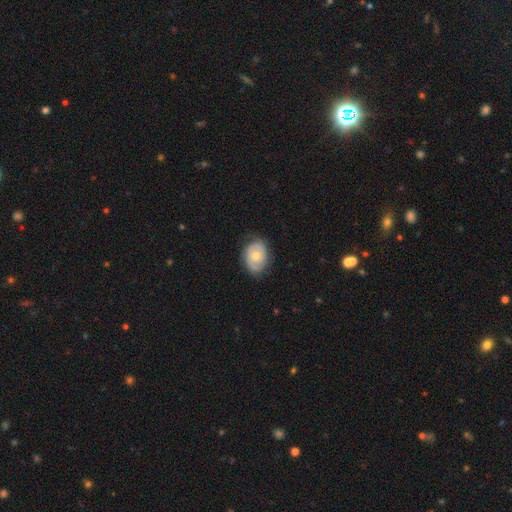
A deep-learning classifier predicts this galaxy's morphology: Q: Smooth or featured?
A: featured or disk (51%); runner-up: smooth (42%)
Q: Edge-on disk?
A: no (96%); runner-up: yes (4%)
Q: Merging?
A: none (72%); runner-up: minor disturbance (21%)